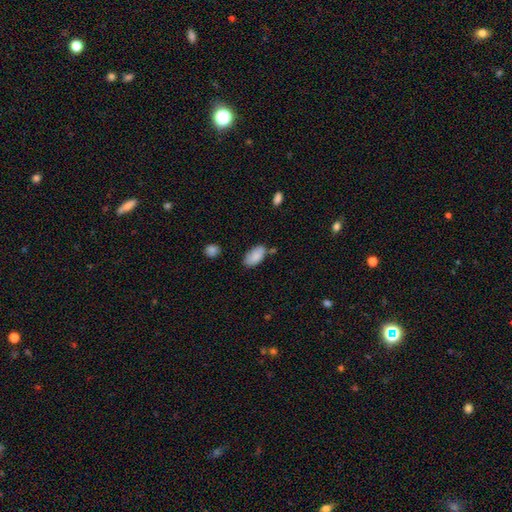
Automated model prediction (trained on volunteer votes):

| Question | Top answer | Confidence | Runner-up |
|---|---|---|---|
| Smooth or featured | smooth | 84% | featured or disk (9%) |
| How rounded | in between | 94% | round (3%) |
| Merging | none | 58% | minor disturbance (26%) |